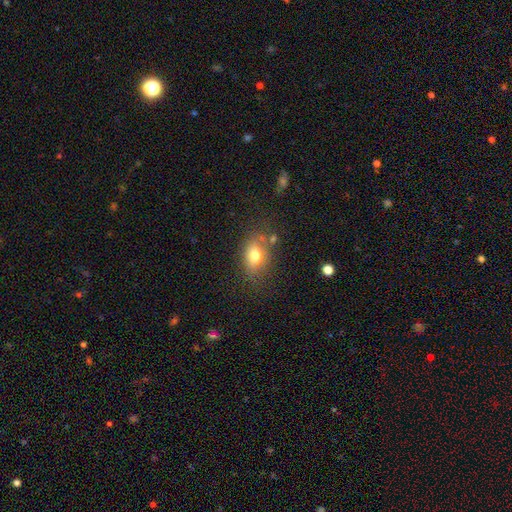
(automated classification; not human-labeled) Smooth or featured: smooth — 73% (featured or disk — 16%)
How rounded: in between — 76% (round — 21%)
Merging: none — 66% (minor disturbance — 20%)